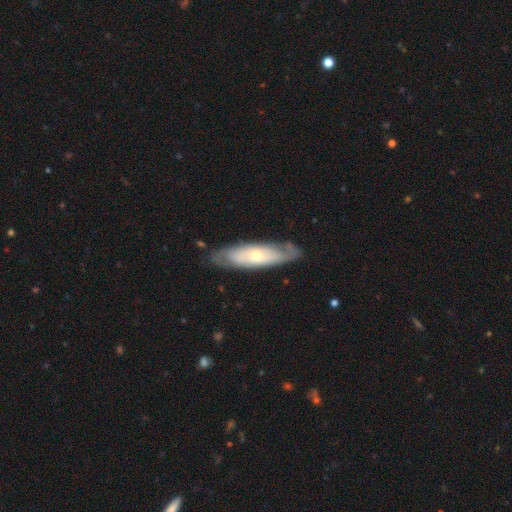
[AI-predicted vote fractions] Overall: featured or disk (58%; smooth 37%). Edge-on disk: no (69%; yes 31%). Merging: none (77%).